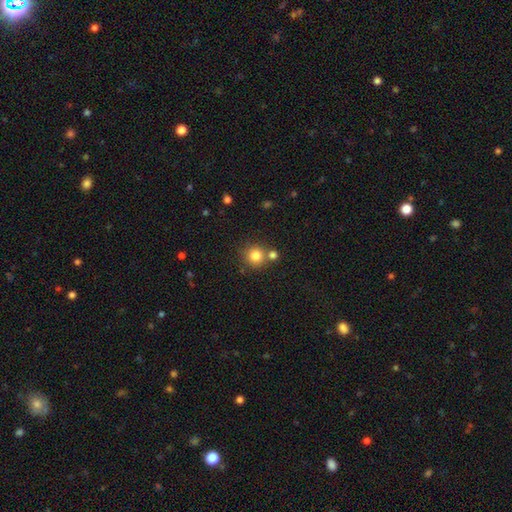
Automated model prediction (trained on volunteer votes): Smooth or featured? Predicted: smooth (p=0.81). How rounded? Predicted: round (p=0.92). Merging? Predicted: none (p=0.69).